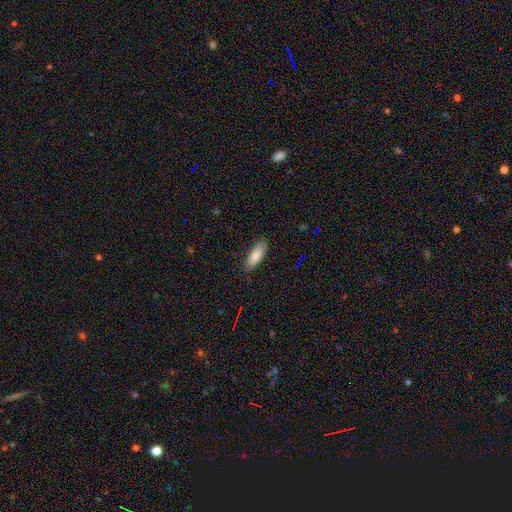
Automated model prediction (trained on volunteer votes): Smooth or featured? smooth (83%)
How rounded? in between (72%)
Merging? none (84%)